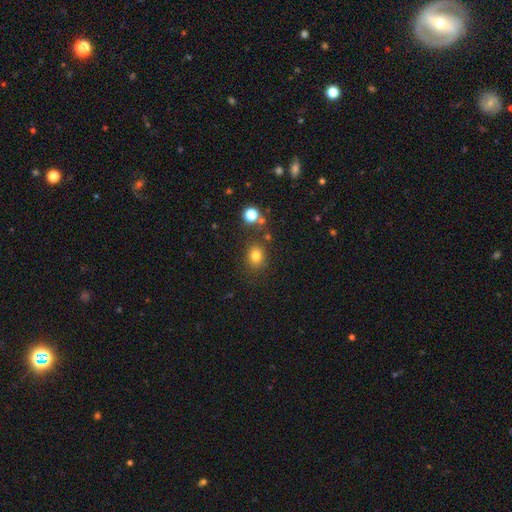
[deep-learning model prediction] Smooth or featured? smooth (79%)
How rounded? round (67%)
Merging? none (78%)